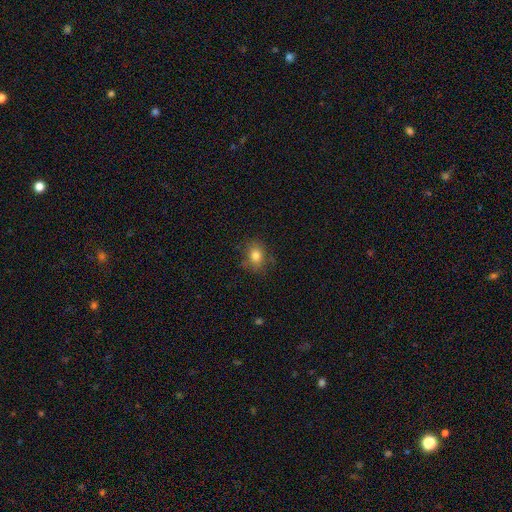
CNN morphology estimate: Smooth or featured?
  - smooth: 80% *
  - star or artifact: 11%
  - featured or disk: 10%
How rounded?
  - in between: 56% *
  - round: 43%
  - cigar-shaped: 1%
Merging?
  - none: 76% *
  - minor disturbance: 18%
  - major disturbance: 5%
  - merger: 2%